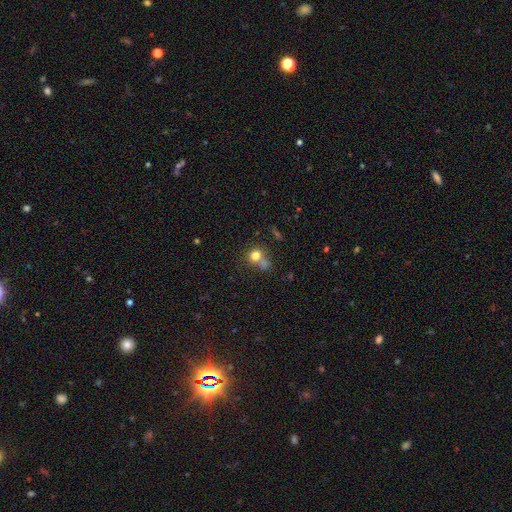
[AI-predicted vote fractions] smooth_or_featured: smooth (p=0.77) [alt: star or artifact p=0.13]
how_rounded: round (p=0.82) [alt: in between p=0.17]
merging: none (p=0.46) [alt: merger p=0.32]